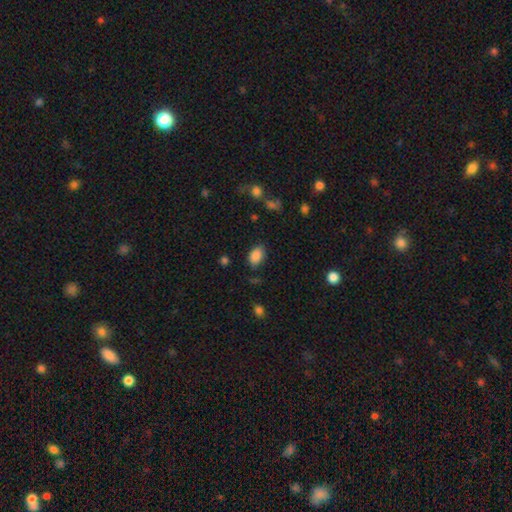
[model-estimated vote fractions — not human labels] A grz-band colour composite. It shows a smooth galaxy with no disk features (87%) that is in between round and cigar-shaped (88%). Merging: none (79%).